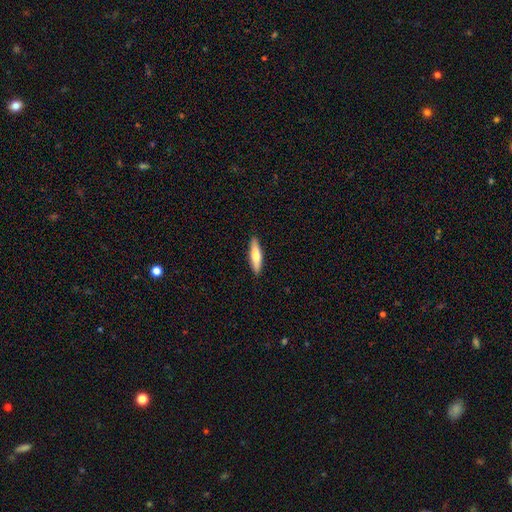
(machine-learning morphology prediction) A smooth galaxy with no disk features (64%) that is cigar-shaped (74%). Merging: none (90%).